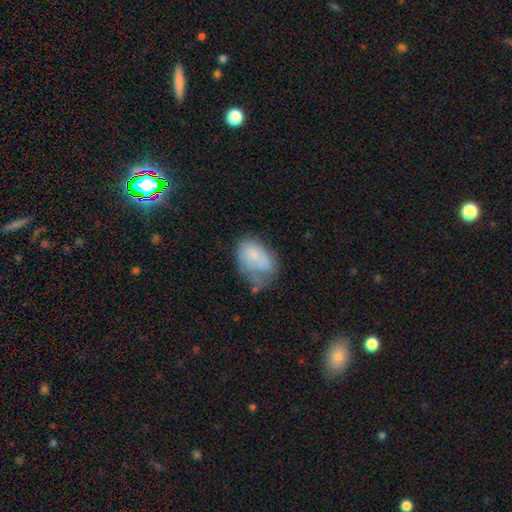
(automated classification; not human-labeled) Smooth or featured? smooth (64%)
How rounded? in between (86%)
Merging? minor disturbance (35%)